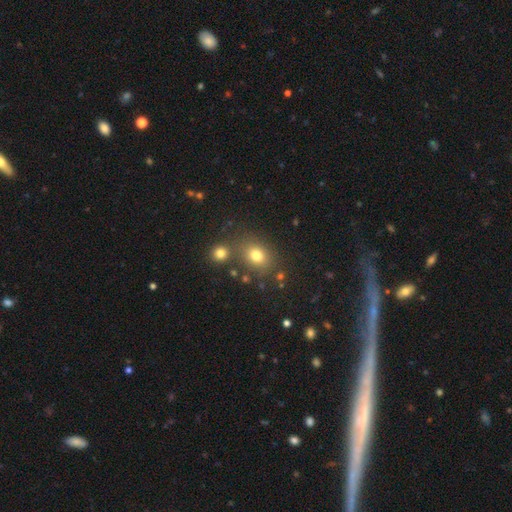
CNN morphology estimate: Smooth or featured?
  - smooth: 73% *
  - star or artifact: 18%
  - featured or disk: 9%
How rounded?
  - round: 52% *
  - in between: 46%
  - cigar-shaped: 1%
Merging?
  - none: 71% *
  - merger: 14%
  - minor disturbance: 11%
  - major disturbance: 4%